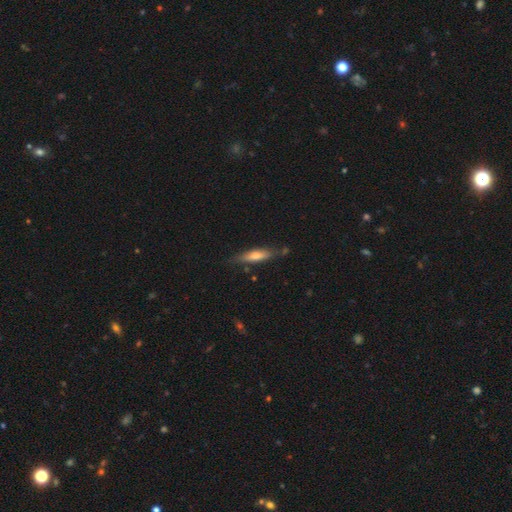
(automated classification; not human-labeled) Overall: smooth (48%; featured or disk 45%). Merging: none (78%).